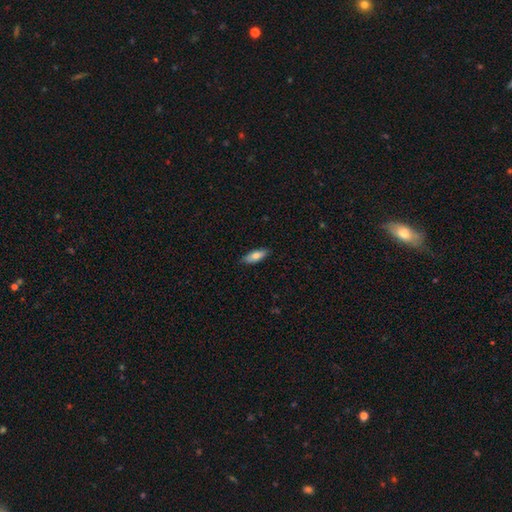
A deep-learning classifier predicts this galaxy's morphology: Q: Smooth or featured?
A: smooth (77%); runner-up: featured or disk (17%)
Q: How rounded?
A: in between (72%); runner-up: cigar-shaped (26%)
Q: Merging?
A: none (85%); runner-up: minor disturbance (12%)